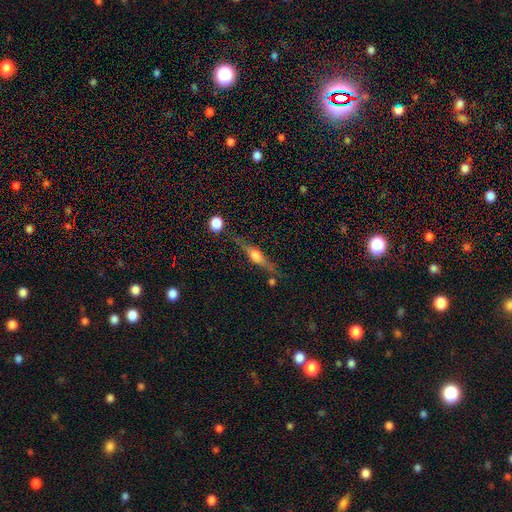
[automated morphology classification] Smooth or featured? Predicted: featured or disk (p=0.68). Edge-on disk? Predicted: yes (p=0.94). Edge-on bulge? Predicted: rounded (p=0.88). Merging? Predicted: none (p=0.73).